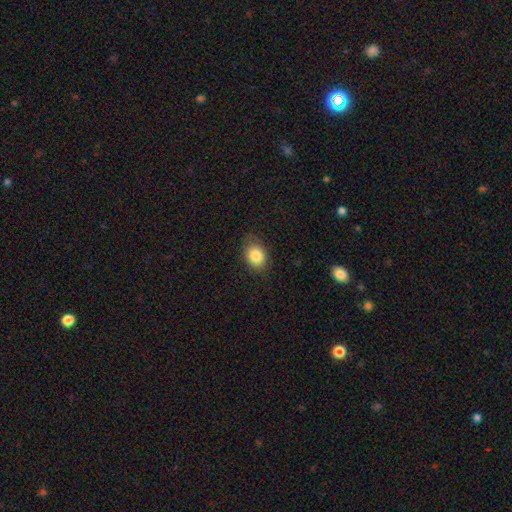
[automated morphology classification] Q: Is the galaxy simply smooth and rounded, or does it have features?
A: smooth — 84%.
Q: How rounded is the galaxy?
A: in between — 68%.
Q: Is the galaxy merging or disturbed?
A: none — 77%.